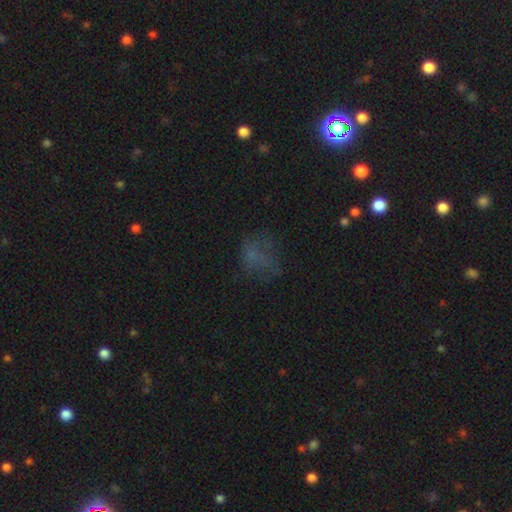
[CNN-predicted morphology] Smooth or featured? smooth (51%)
How rounded? in between (51%)
Merging? none (45%)